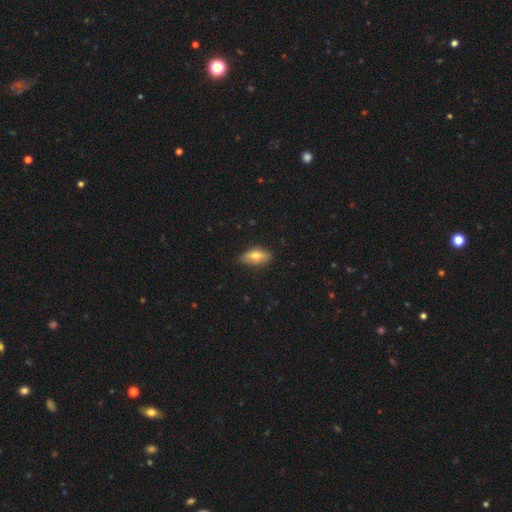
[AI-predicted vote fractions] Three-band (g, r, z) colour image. It shows a smooth galaxy with no disk features (63%) that is in between round and cigar-shaped (78%). Merging: none (80%).